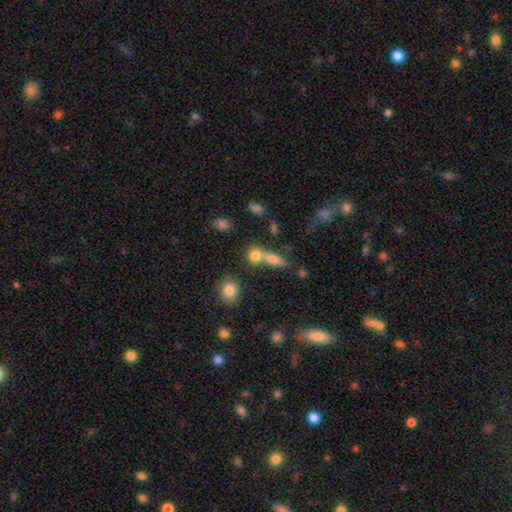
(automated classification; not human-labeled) smooth_or_featured: smooth (p=0.76) [alt: star or artifact p=0.13]
how_rounded: round (p=0.52) [alt: in between p=0.39]
merging: merger (p=0.43) [tied with: none p=0.43]